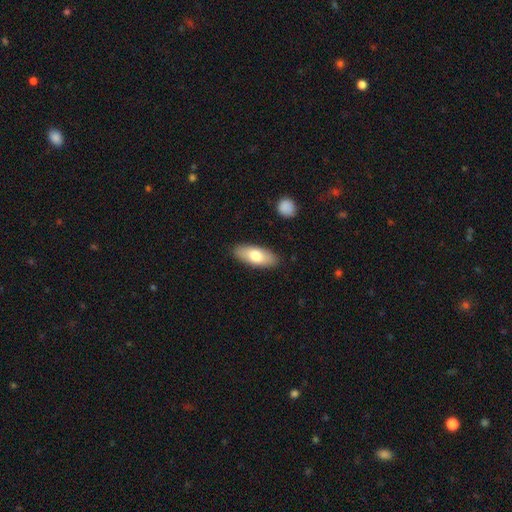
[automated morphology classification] A smooth galaxy with no disk features (72%) that is in between round and cigar-shaped (79%).

Vote fractions:
- Smooth or featured? smooth: 72% / featured or disk: 22% / star or artifact: 6%
- How rounded? in between: 79% / cigar-shaped: 19% / round: 2%
- Merging? none: 88% / minor disturbance: 9% / major disturbance: 2% / merger: 1%